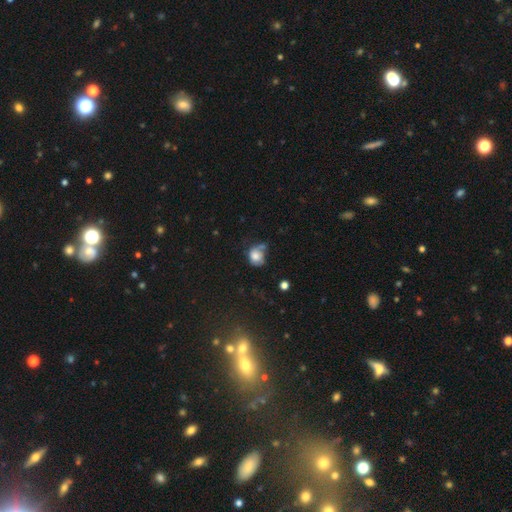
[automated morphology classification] Smooth or featured? Predicted: smooth (p=0.64). How rounded? Predicted: round (p=0.56). Merging? Predicted: none (p=0.32).